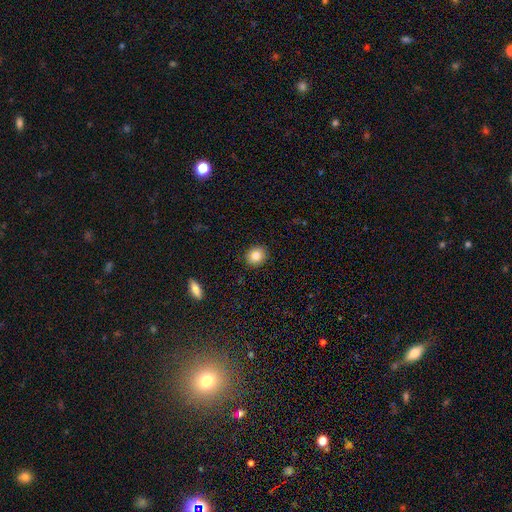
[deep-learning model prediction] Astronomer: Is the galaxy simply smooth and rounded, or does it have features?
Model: smooth — 83%.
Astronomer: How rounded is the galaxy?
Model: round — 82%.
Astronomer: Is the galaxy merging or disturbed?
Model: none — 92%.